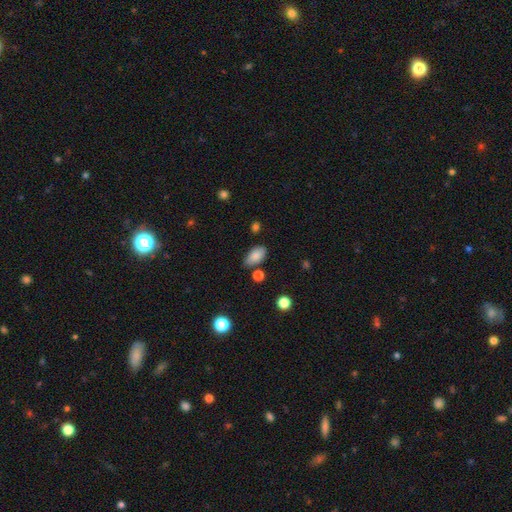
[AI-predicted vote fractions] smooth-or-featured: smooth: 83% | star or artifact: 9% | featured or disk: 8%
  how-rounded: in between: 92% | round: 5% | cigar-shaped: 3%
  merging: none: 67% | minor disturbance: 23% | merger: 6% | major disturbance: 4%